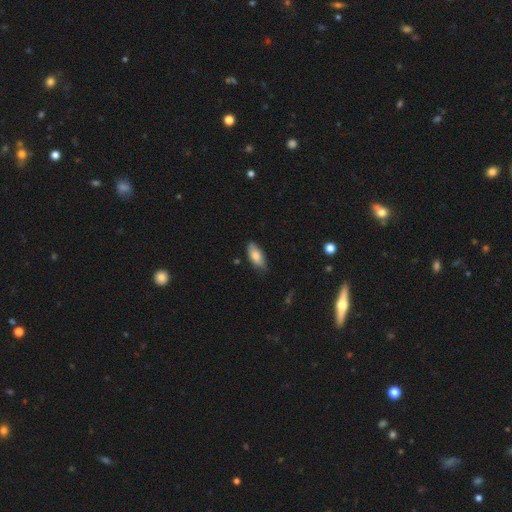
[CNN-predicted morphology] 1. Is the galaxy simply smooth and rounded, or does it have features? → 80% smooth, 14% featured or disk, 6% star or artifact.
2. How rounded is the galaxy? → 85% in between, 12% cigar-shaped, 2% round.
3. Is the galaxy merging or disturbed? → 74% none, 21% minor disturbance, 3% major disturbance, 1% merger.